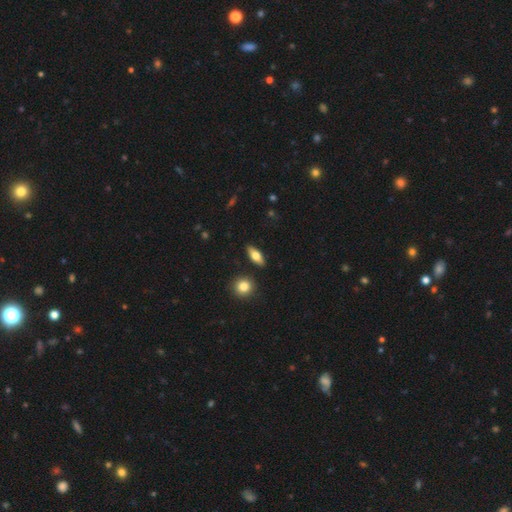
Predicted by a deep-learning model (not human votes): Smooth or featured? smooth (60%)
How rounded? in between (70%)
Merging? none (87%)